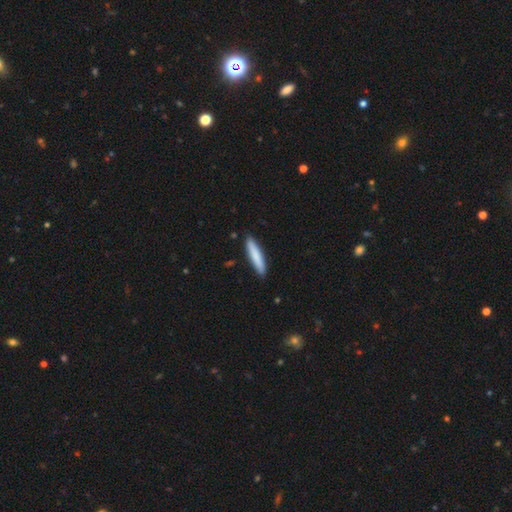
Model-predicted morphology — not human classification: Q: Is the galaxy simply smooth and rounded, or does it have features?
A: smooth — 81%.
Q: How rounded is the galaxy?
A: cigar-shaped — 88%.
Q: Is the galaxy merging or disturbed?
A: none — 89%.